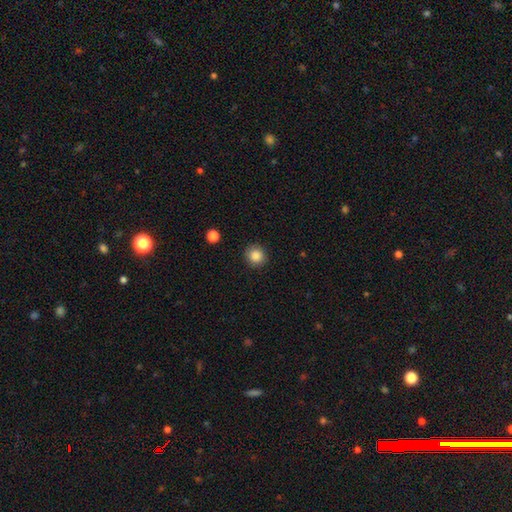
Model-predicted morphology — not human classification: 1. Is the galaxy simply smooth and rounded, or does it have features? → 86% smooth, 10% star or artifact, 4% featured or disk.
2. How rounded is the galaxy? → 91% round, 9% in between, 1% cigar-shaped.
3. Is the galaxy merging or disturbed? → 90% none, 6% minor disturbance, 2% major disturbance, 1% merger.